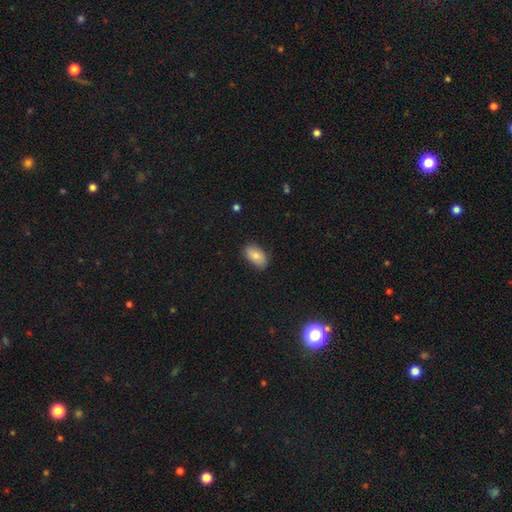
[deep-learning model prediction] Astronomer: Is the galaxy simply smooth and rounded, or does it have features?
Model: smooth — 79%.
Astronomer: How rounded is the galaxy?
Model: in between — 92%.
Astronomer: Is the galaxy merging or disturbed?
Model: none — 81%.